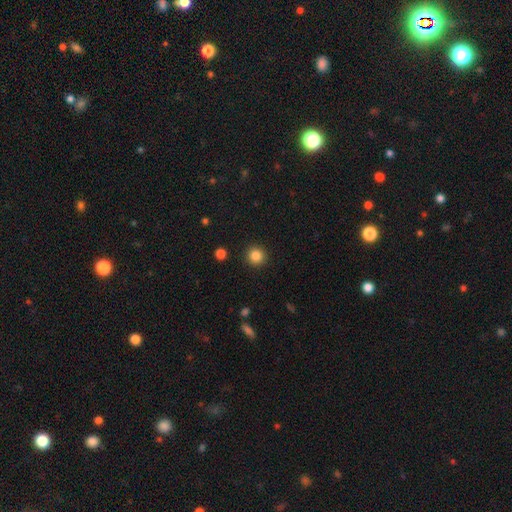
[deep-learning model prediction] This appears to be a smooth galaxy with no disk features (85%) that is round (94%). Merging: none (92%).